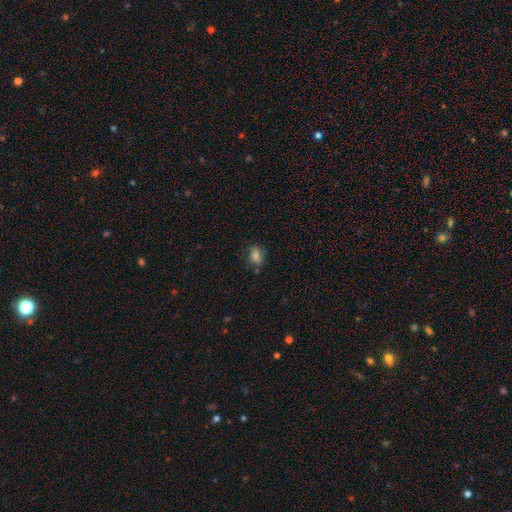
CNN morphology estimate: smooth_or_featured: smooth (p=0.77) [alt: star or artifact p=0.13]
how_rounded: in between (p=0.67) [alt: round p=0.31]
merging: none (p=0.68) [alt: minor disturbance p=0.21]